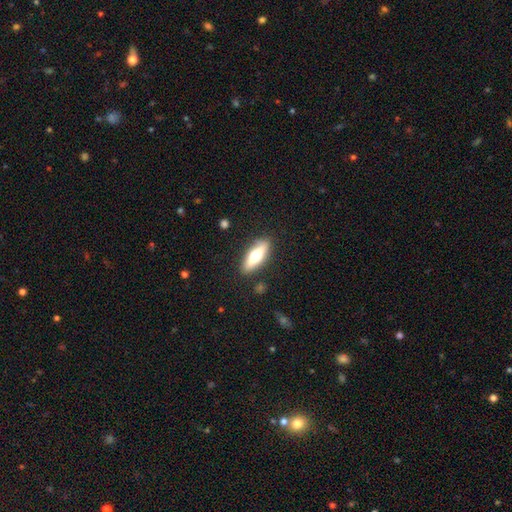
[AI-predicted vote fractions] The model was most divided on "how rounded": in between: 52%, cigar-shaped: 46%, round: 3%. More confident: merging — none (86%); smooth or featured — smooth (54%).